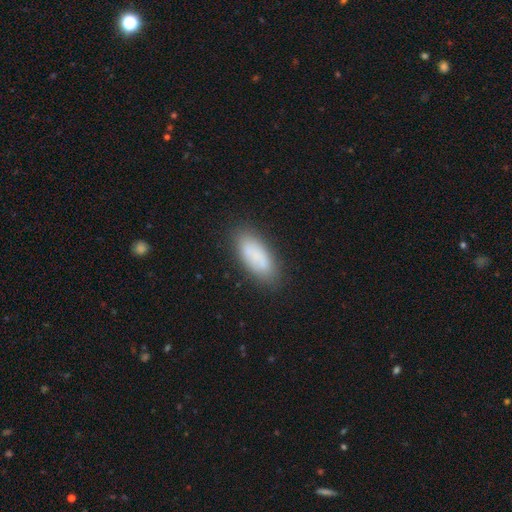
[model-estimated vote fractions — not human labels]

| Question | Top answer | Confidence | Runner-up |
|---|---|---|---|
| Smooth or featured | smooth | 77% | featured or disk (15%) |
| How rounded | in between | 80% | cigar-shaped (18%) |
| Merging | none | 79% | minor disturbance (14%) |